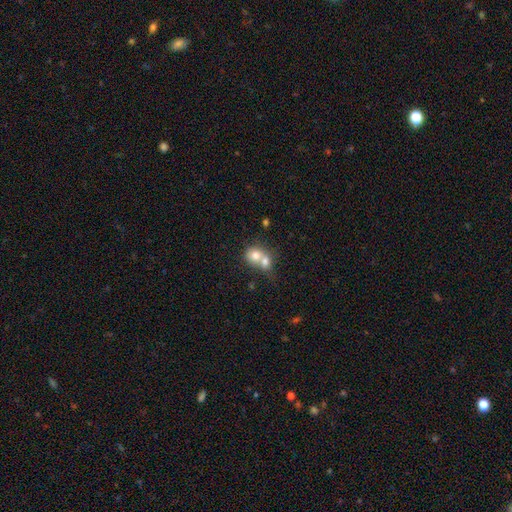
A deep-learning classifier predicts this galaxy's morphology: This appears to be a smooth galaxy with no disk features (72%) that is round (69%). Merging: merger (71%).